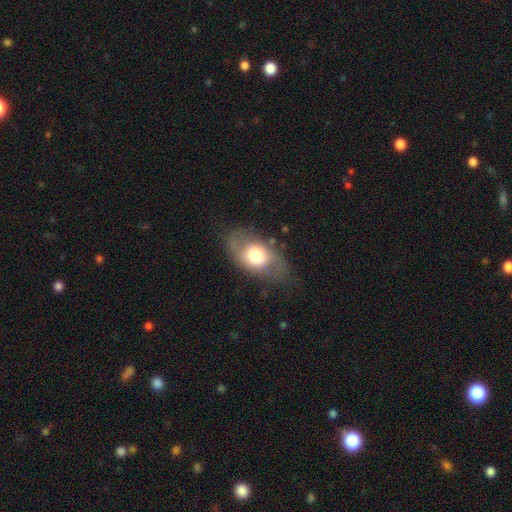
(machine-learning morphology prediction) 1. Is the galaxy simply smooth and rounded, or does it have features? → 56% smooth, 37% featured or disk, 7% star or artifact.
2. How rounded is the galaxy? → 82% in between, 16% round, 2% cigar-shaped.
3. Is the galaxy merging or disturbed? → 66% none, 21% minor disturbance, 11% major disturbance, 2% merger.